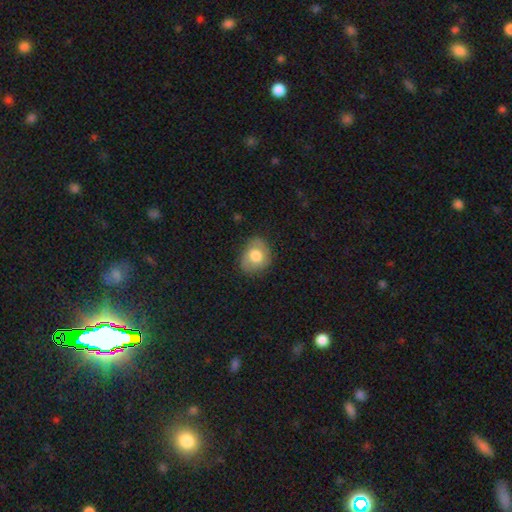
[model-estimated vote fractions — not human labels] A smooth galaxy with no disk features (70%) that is round (52%).

Vote fractions:
- Smooth or featured? smooth: 70% / featured or disk: 22% / star or artifact: 8%
- How rounded? round: 52% / in between: 47% / cigar-shaped: 1%
- Merging? none: 71% / minor disturbance: 21% / major disturbance: 6% / merger: 1%